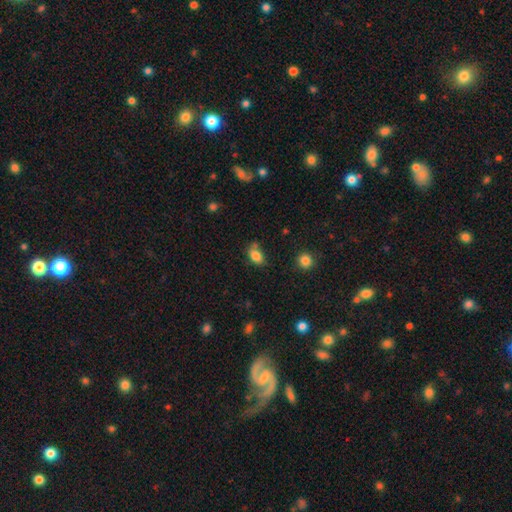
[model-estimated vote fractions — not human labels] Q: Smooth or featured?
A: smooth (83%); runner-up: star or artifact (10%)
Q: How rounded?
A: in between (83%); runner-up: round (15%)
Q: Merging?
A: none (58%); runner-up: minor disturbance (25%)